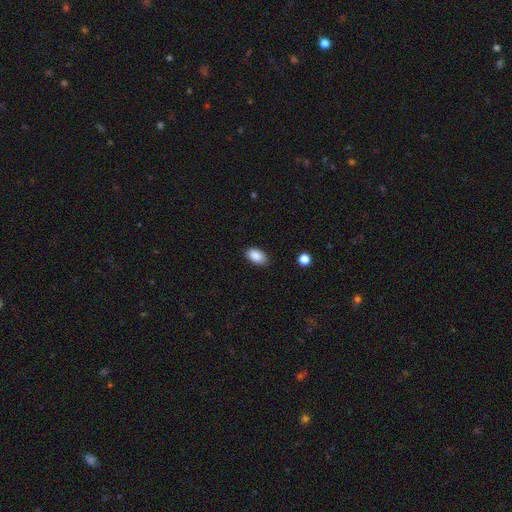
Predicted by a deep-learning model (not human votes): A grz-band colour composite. It shows a smooth galaxy with no disk features (88%) that is in between round and cigar-shaped (92%). Merging: none (83%).